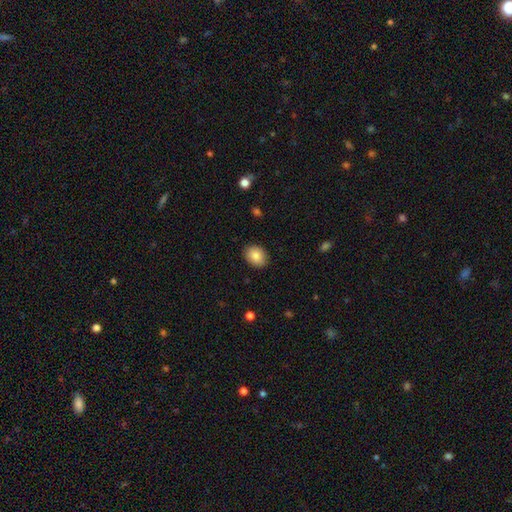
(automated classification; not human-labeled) smooth 86%, star or artifact 8%, featured or disk 6%. Down the decision tree: how rounded — in between (61%); merging — none (89%).